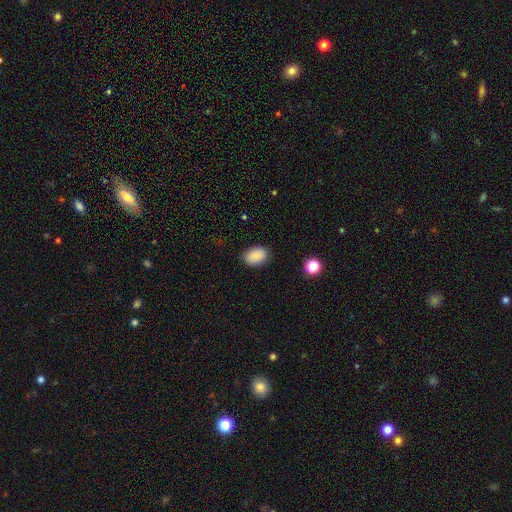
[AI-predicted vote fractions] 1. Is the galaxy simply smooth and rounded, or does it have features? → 88% smooth, 8% star or artifact, 4% featured or disk.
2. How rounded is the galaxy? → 83% in between, 16% round, 1% cigar-shaped.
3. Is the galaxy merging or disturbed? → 86% none, 10% minor disturbance, 3% major disturbance, 1% merger.